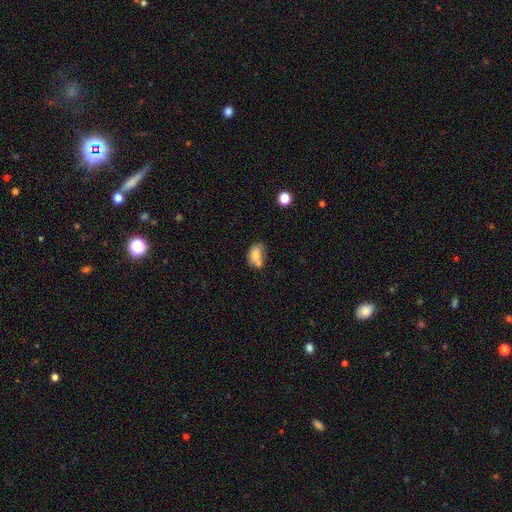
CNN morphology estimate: smooth-or-featured: smooth: 75% | featured or disk: 15% | star or artifact: 10%
  how-rounded: in between: 79% | round: 19% | cigar-shaped: 2%
  merging: none: 37% | merger: 35% | minor disturbance: 20% | major disturbance: 8%